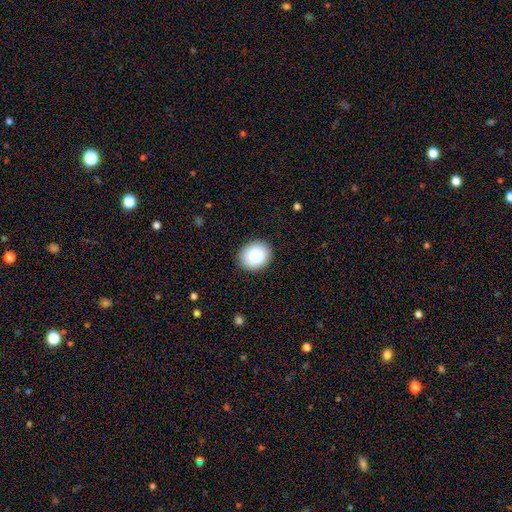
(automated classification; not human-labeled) The model was most divided on "how rounded": round: 68%, in between: 31%, cigar-shaped: 1%. More confident: merging — none (88%); smooth or featured — smooth (84%).